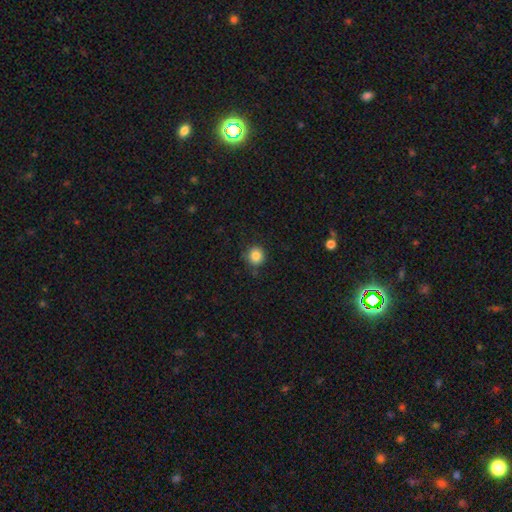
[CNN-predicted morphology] This appears to be a smooth galaxy with no disk features (84%) that is round (92%). Merging: none (85%).